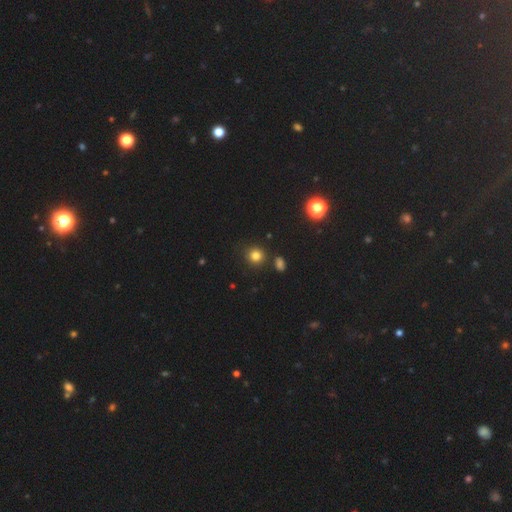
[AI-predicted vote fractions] A smooth galaxy with no disk features (80%) that is round (89%).

Vote fractions:
- Smooth or featured? smooth: 80% / star or artifact: 15% / featured or disk: 6%
- How rounded? round: 89% / in between: 10% / cigar-shaped: 1%
- Merging? none: 84% / minor disturbance: 8% / merger: 5% / major disturbance: 3%